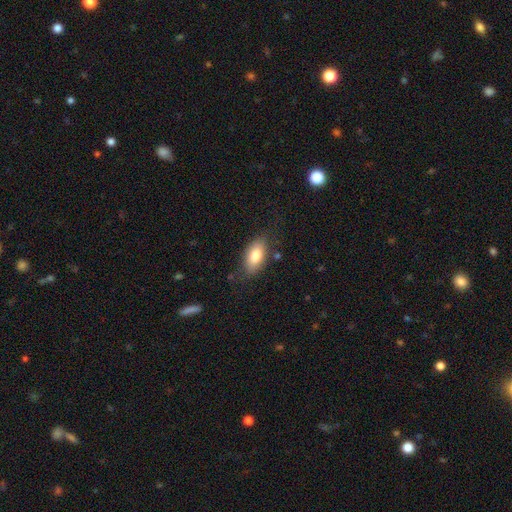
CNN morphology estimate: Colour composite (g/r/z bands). It shows a smooth galaxy with no disk features (79%) that is in between round and cigar-shaped (90%). Merging: none (78%).